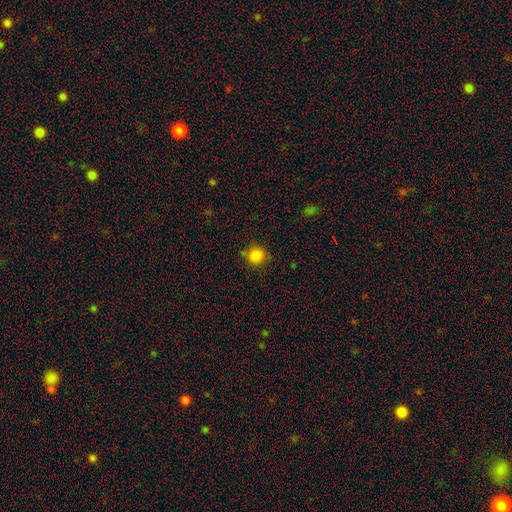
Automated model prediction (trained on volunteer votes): smooth_or_featured: smooth (p=0.85) [alt: star or artifact p=0.11]
how_rounded: round (p=0.87) [alt: in between p=0.12]
merging: none (p=0.80) [alt: minor disturbance p=0.15]